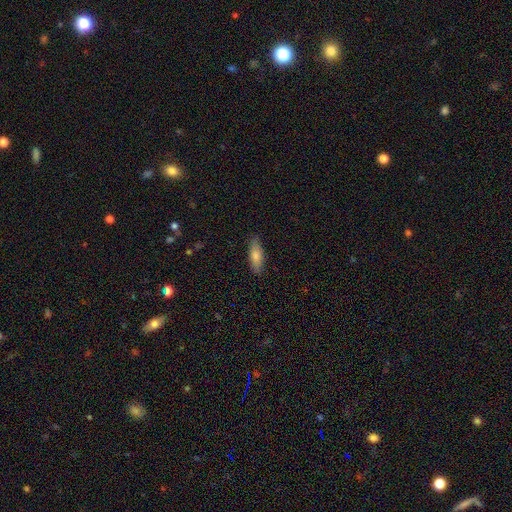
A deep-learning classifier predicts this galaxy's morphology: Smooth or featured? Predicted: smooth (p=0.69). How rounded? Predicted: cigar-shaped (p=0.49, tied with in between). Merging? Predicted: none (p=0.86).